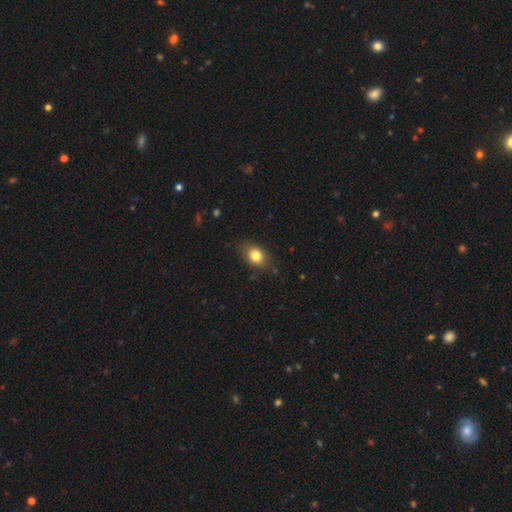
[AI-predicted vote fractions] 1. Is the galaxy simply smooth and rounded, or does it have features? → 81% smooth, 10% star or artifact, 9% featured or disk.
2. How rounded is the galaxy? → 57% in between, 42% round, 1% cigar-shaped.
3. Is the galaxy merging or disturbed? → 77% none, 18% minor disturbance, 4% major disturbance, 1% merger.